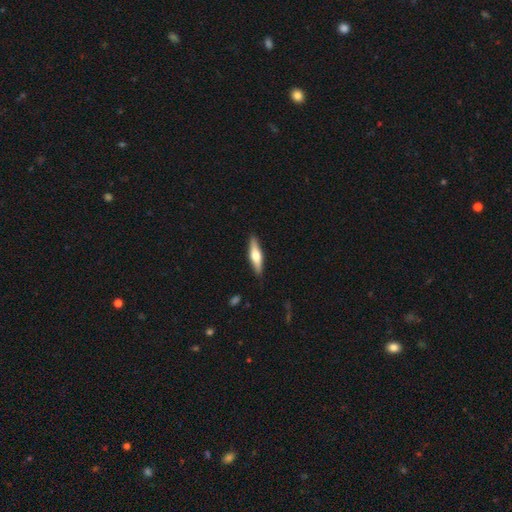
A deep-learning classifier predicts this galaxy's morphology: Overall: featured or disk (48%; smooth 46%). Merging: none (89%).